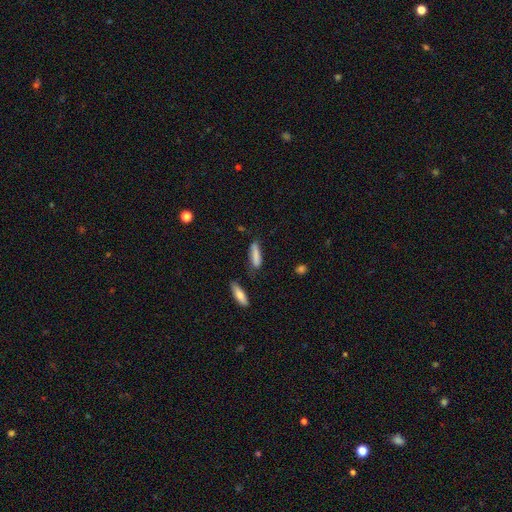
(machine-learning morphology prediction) smooth-or-featured: smooth: 82% | featured or disk: 11% | star or artifact: 7%
  how-rounded: cigar-shaped: 71% | in between: 27% | round: 2%
  merging: none: 68% | minor disturbance: 22% | major disturbance: 5% | merger: 5%